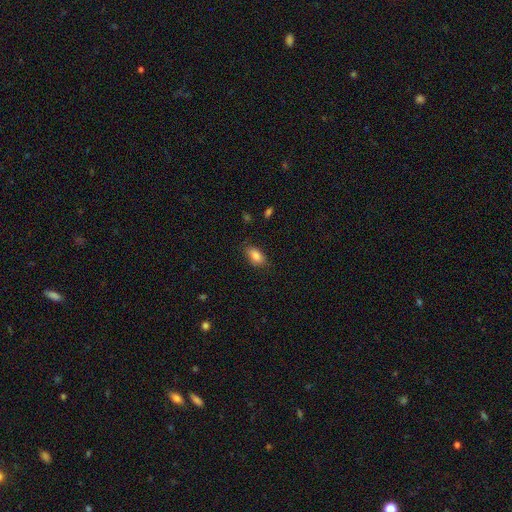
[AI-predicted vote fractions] Overall: smooth (84%). How rounded: in between (90%). Merging: none (82%).